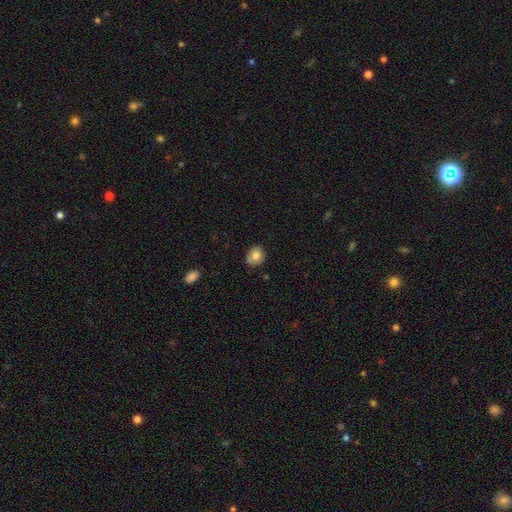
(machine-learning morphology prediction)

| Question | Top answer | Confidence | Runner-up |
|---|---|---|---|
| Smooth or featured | smooth | 78% | featured or disk (13%) |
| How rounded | round | 70% | in between (29%) |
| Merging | none | 77% | minor disturbance (18%) |